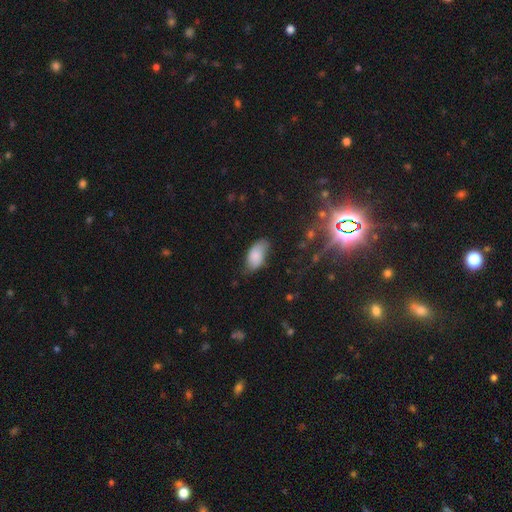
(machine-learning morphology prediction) Smooth or featured? Predicted: smooth (p=0.81). How rounded? Predicted: in between (p=0.94). Merging? Predicted: none (p=0.60).